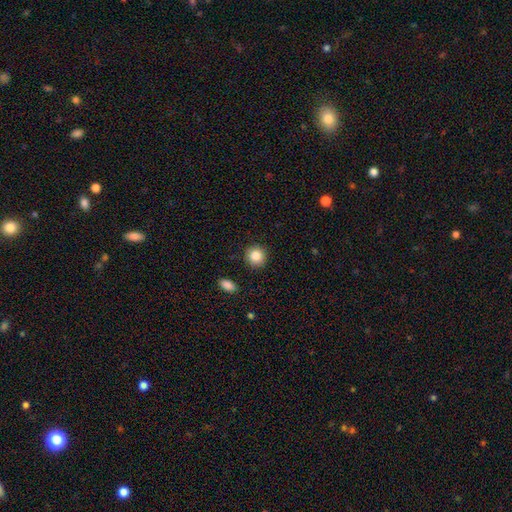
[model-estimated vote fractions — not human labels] This is clearly a smooth galaxy (86%). How rounded: clearly round (91%). Merging: clearly none (90%).